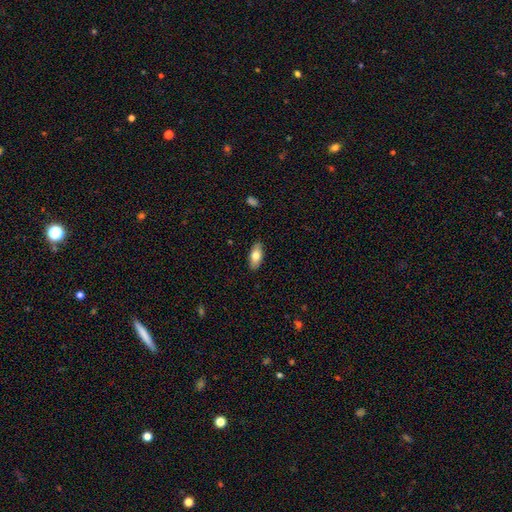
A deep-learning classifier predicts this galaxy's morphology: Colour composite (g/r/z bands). It shows a smooth galaxy with no disk features (76%) that is in between round and cigar-shaped (88%). Merging: none (88%).